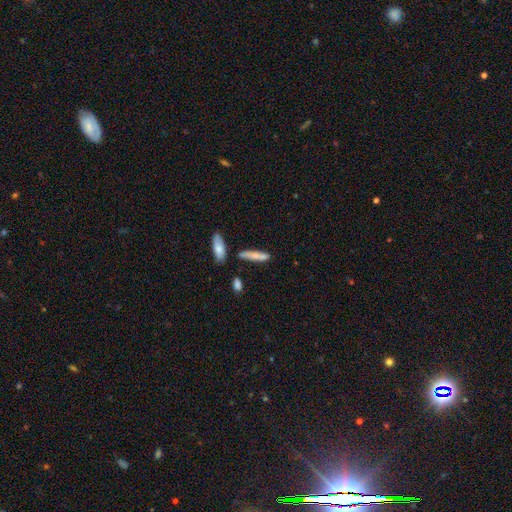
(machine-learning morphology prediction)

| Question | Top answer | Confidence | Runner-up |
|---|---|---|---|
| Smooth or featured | smooth | 74% | featured or disk (19%) |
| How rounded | cigar-shaped | 81% | in between (17%) |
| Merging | none | 69% | minor disturbance (17%) |